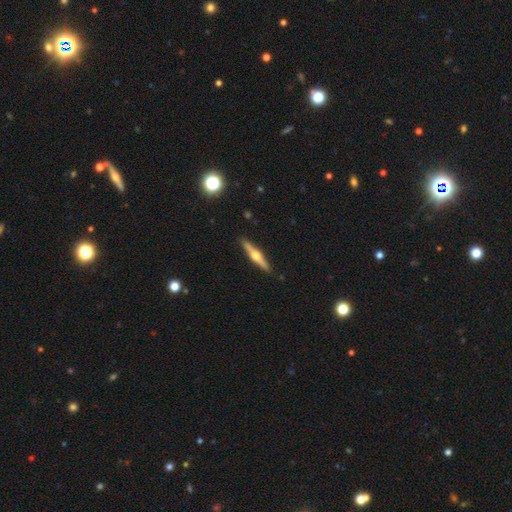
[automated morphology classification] smooth-or-featured: featured or disk: 72% | smooth: 23% | star or artifact: 5%
  disk-edge-on: yes: 98% | no: 2%
    edge-on-bulge: rounded: 95% | boxy: 3% | none: 2%
  merging: none: 91% | minor disturbance: 7% | major disturbance: 1% | merger: 1%